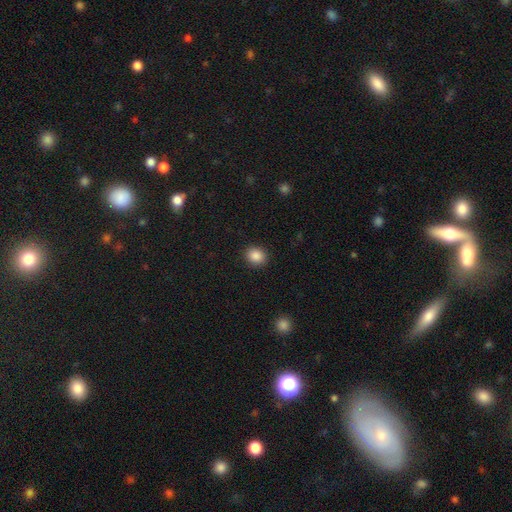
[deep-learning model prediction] Overall: smooth (87%). How rounded: round (71%). Merging: none (91%).